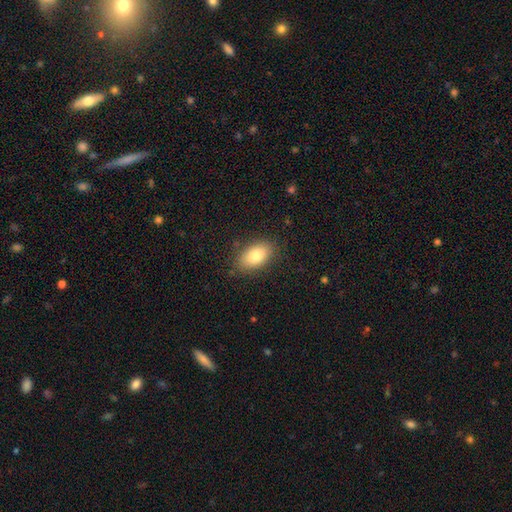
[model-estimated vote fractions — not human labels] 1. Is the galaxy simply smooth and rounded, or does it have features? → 80% smooth, 12% featured or disk, 8% star or artifact.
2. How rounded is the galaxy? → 91% in between, 7% round, 2% cigar-shaped.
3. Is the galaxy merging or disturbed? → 85% none, 11% minor disturbance, 3% major disturbance, 1% merger.